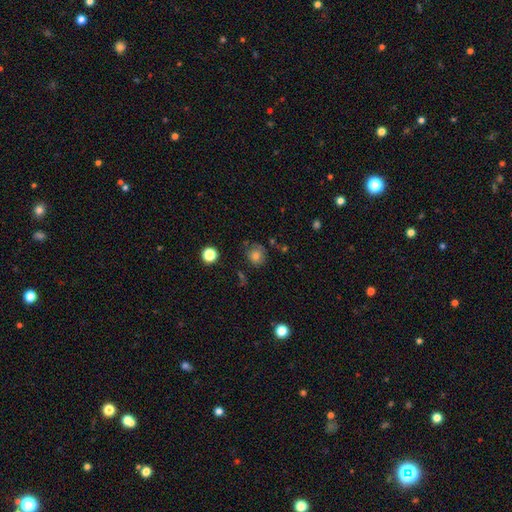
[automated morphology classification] Smooth or featured: smooth — 77% (star or artifact — 13%)
How rounded: round — 84% (in between — 15%)
Merging: none — 70% (minor disturbance — 19%)